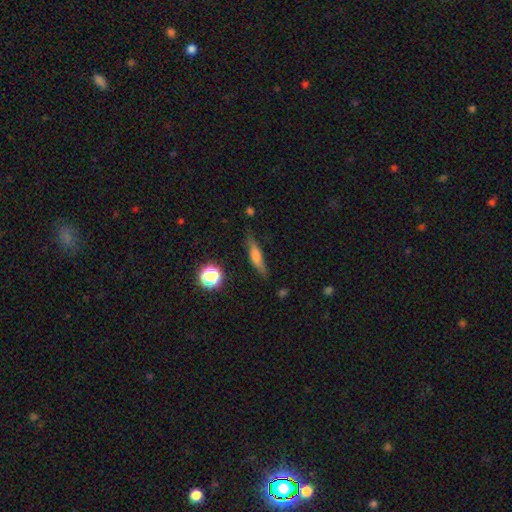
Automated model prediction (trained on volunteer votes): Smooth or featured?
  - smooth: 58% *
  - featured or disk: 32%
  - star or artifact: 10%
How rounded?
  - cigar-shaped: 74% *
  - in between: 22%
  - round: 5%
Merging?
  - none: 77% *
  - minor disturbance: 17%
  - major disturbance: 4%
  - merger: 2%